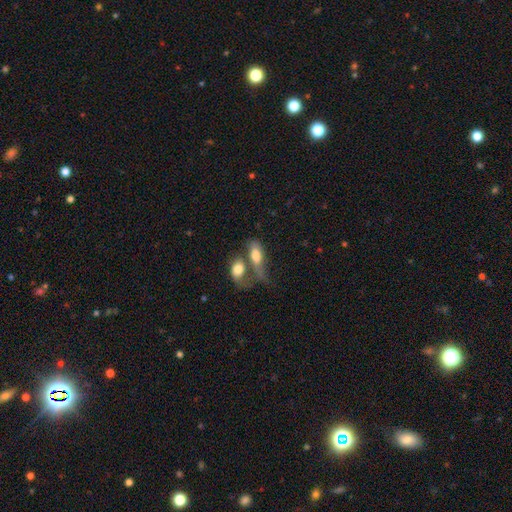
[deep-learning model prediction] Smooth or featured: smooth — 71% (featured or disk — 21%)
How rounded: in between — 83% (cigar-shaped — 11%)
Merging: merger — 57% (none — 19%)